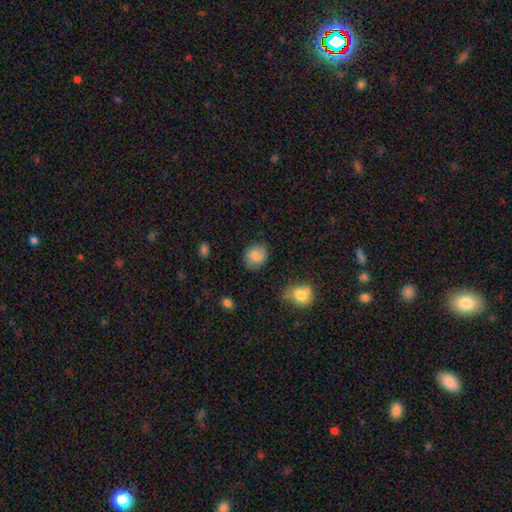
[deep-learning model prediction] Smooth or featured?
  - smooth: 84% *
  - star or artifact: 8%
  - featured or disk: 8%
How rounded?
  - round: 64% *
  - in between: 35%
  - cigar-shaped: 1%
Merging?
  - none: 81% *
  - minor disturbance: 14%
  - major disturbance: 3%
  - merger: 2%